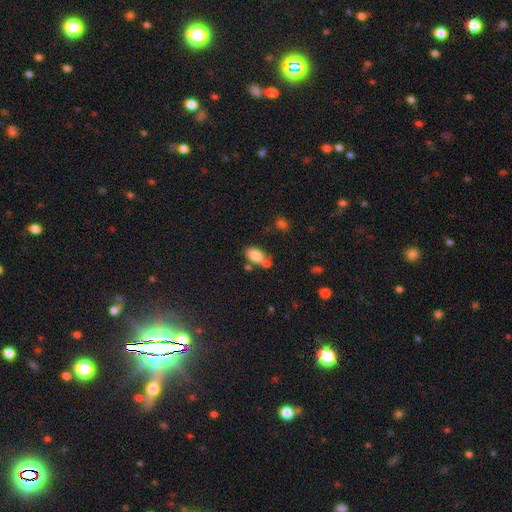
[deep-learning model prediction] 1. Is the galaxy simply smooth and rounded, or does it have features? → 82% smooth, 9% featured or disk, 9% star or artifact.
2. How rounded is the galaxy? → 89% in between, 9% round, 2% cigar-shaped.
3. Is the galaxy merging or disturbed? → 55% none, 26% merger, 15% minor disturbance, 5% major disturbance.